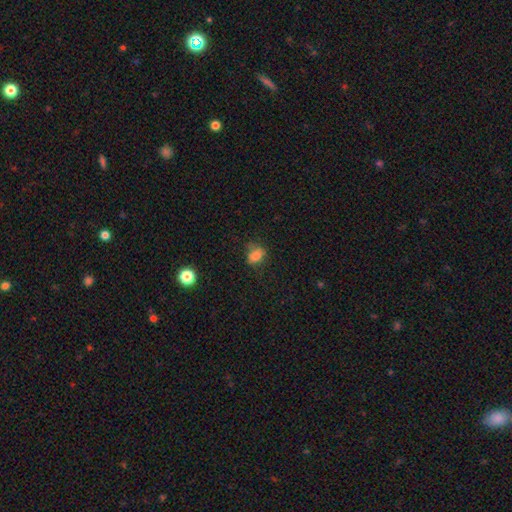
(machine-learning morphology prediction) Overall: smooth (78%). How rounded: in between (72%). Merging: none (57%; minor disturbance 28%).